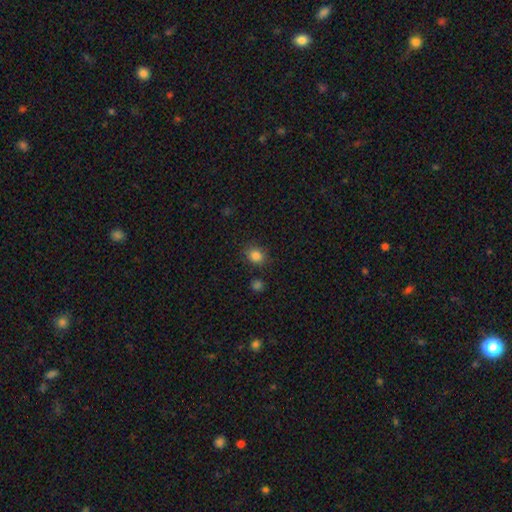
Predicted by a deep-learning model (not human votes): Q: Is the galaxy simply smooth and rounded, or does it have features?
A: smooth — 84%.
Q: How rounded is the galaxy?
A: round — 59%.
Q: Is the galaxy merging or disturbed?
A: none — 82%.